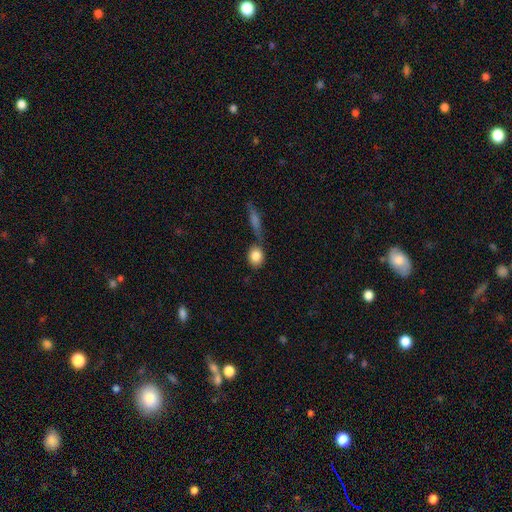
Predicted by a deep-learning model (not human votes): This appears to be a smooth galaxy with no disk features (83%) that is round (62%). Merging: none (60%).